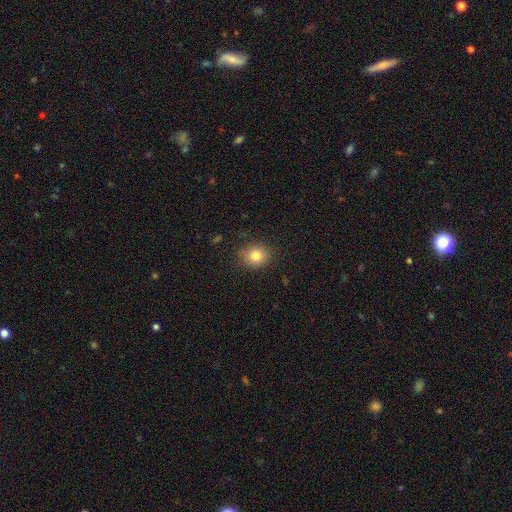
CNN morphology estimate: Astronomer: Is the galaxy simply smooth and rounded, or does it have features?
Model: smooth — 80%.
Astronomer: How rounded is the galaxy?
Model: round — 71%.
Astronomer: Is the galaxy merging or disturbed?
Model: none — 86%.